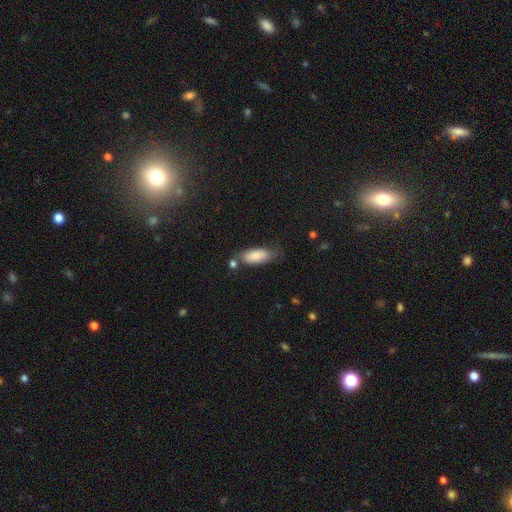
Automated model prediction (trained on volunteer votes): Q: Smooth or featured?
A: smooth (82%); runner-up: featured or disk (12%)
Q: How rounded?
A: in between (81%); runner-up: cigar-shaped (17%)
Q: Merging?
A: none (61%); runner-up: minor disturbance (24%)